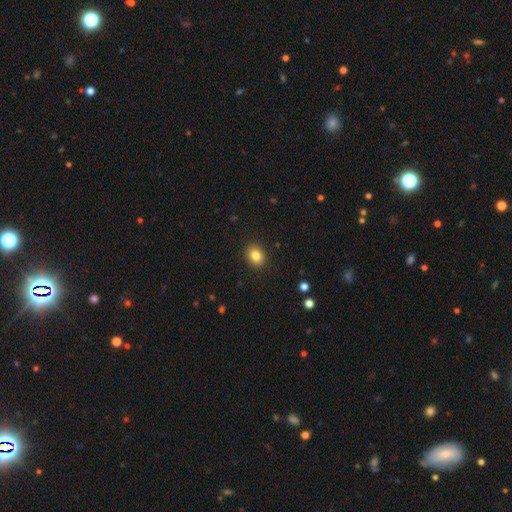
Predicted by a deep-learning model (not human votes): This appears to be a smooth galaxy with no disk features (84%) that is in between round and cigar-shaped (55%). Merging: none (90%).